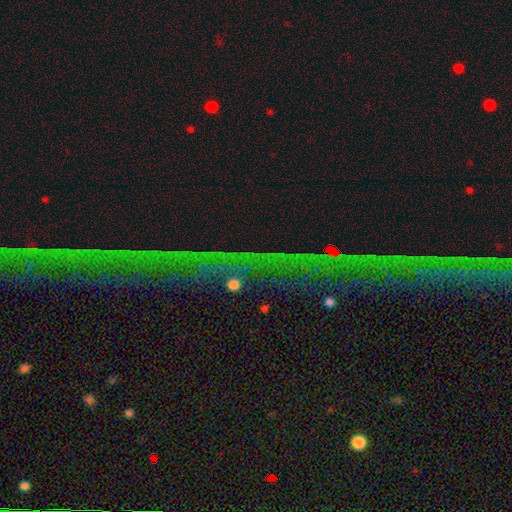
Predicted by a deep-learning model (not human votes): Smooth or featured?
  - star or artifact: 77% *
  - featured or disk: 12%
  - smooth: 11%